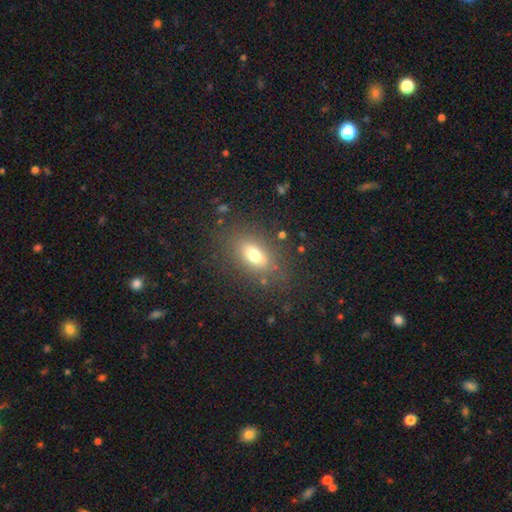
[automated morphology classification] A smooth galaxy with no disk features (71%) that is in between round and cigar-shaped (81%). Merging: none (82%).